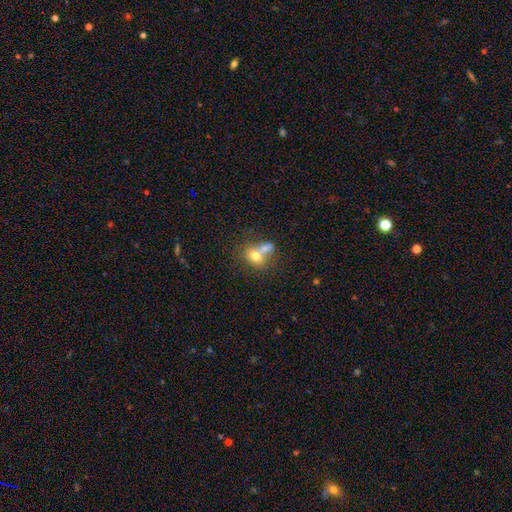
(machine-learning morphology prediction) This is likely a smooth galaxy (70%). How rounded: possibly in between (58%). Merging: possibly merger (57%).